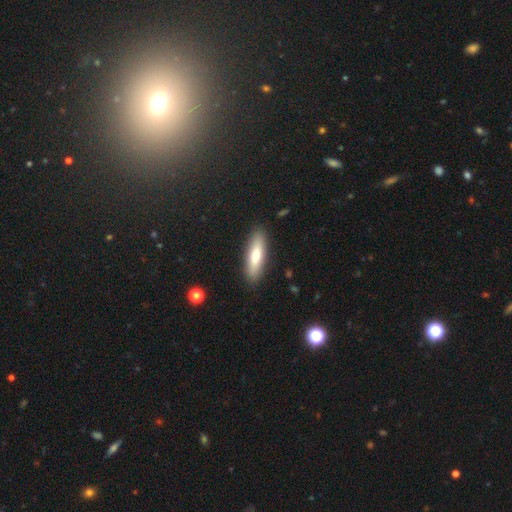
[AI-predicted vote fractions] smooth_or_featured: smooth (p=0.71) [alt: featured or disk p=0.23]
how_rounded: cigar-shaped (p=0.57) [alt: in between p=0.42]
merging: none (p=0.88) [alt: minor disturbance p=0.08]